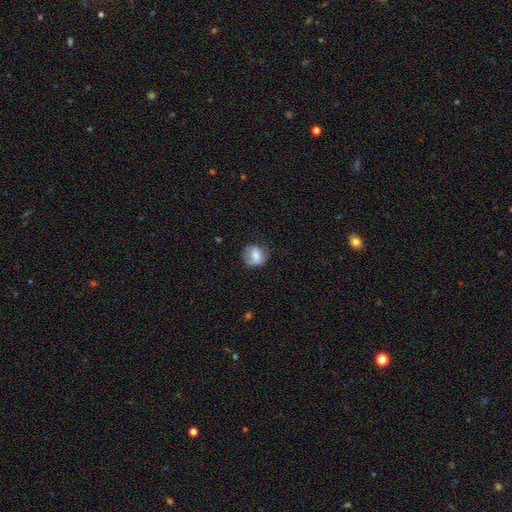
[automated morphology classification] Smooth or featured: smooth — 74% (featured or disk — 18%)
How rounded: round — 71% (in between — 28%)
Merging: none — 61% (minor disturbance — 25%)